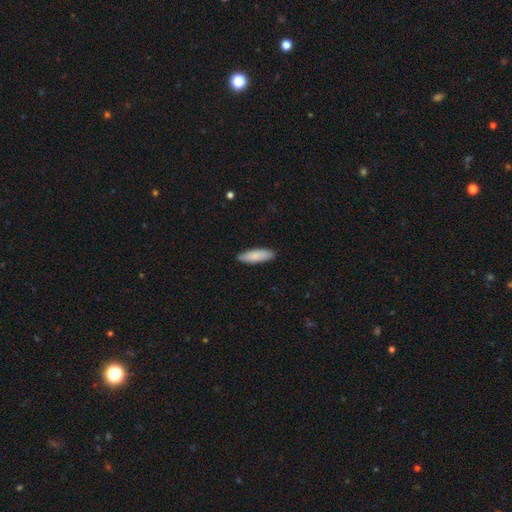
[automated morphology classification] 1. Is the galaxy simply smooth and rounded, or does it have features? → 85% smooth, 10% featured or disk, 5% star or artifact.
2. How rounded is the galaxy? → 51% cigar-shaped, 47% in between, 2% round.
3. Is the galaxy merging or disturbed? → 88% none, 9% minor disturbance, 2% major disturbance, 1% merger.